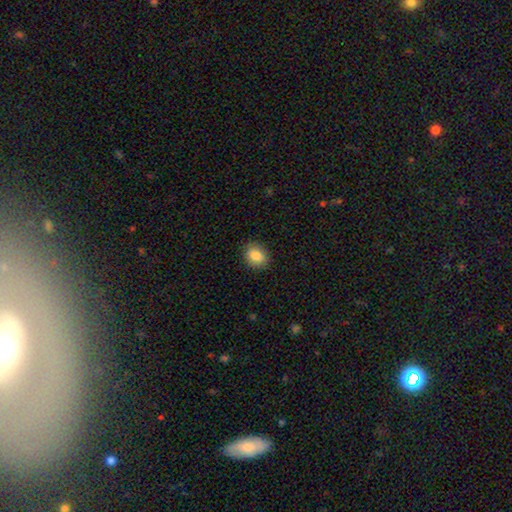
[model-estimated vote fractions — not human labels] Morphology: type=smooth (86%); roundness=in between (55%); merging=none (88%).